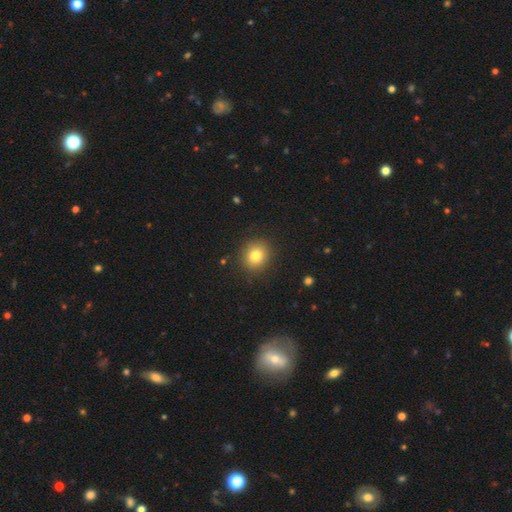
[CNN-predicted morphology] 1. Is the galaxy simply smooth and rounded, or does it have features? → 80% smooth, 11% star or artifact, 8% featured or disk.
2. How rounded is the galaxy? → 82% round, 17% in between, 1% cigar-shaped.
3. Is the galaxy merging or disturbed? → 89% none, 7% minor disturbance, 2% major disturbance, 1% merger.